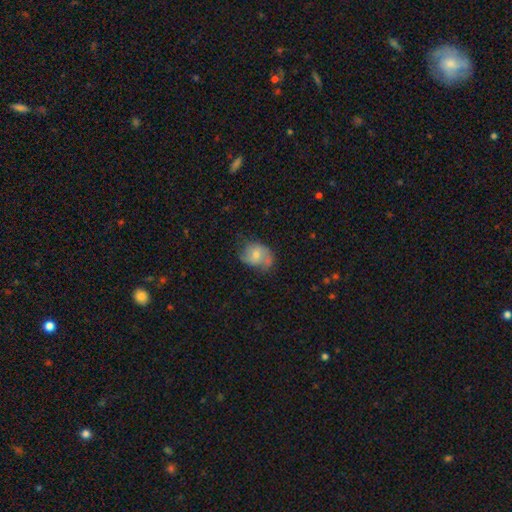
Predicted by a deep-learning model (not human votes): Overall: featured or disk (51%; smooth 39%). Edge-on disk: no (96%). Merging: none (55%; minor disturbance 29%).